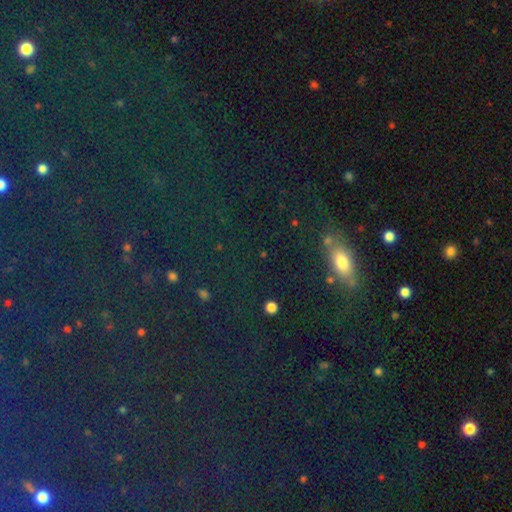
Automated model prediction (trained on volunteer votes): A star or artifact, not a galaxy (42%).